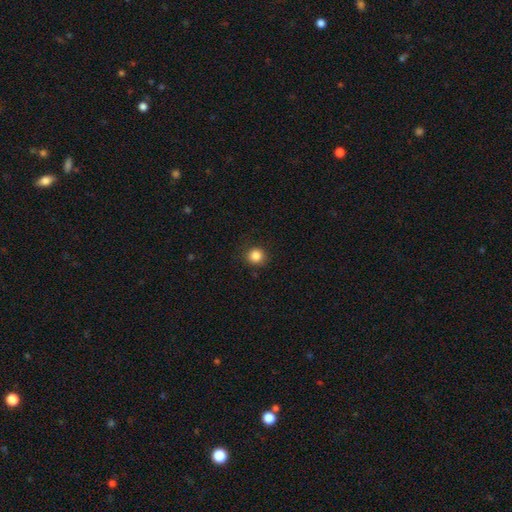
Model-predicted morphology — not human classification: Smooth or featured?
  - smooth: 85% *
  - star or artifact: 11%
  - featured or disk: 4%
How rounded?
  - round: 92% *
  - in between: 7%
  - cigar-shaped: 1%
Merging?
  - none: 88% *
  - minor disturbance: 8%
  - major disturbance: 3%
  - merger: 1%